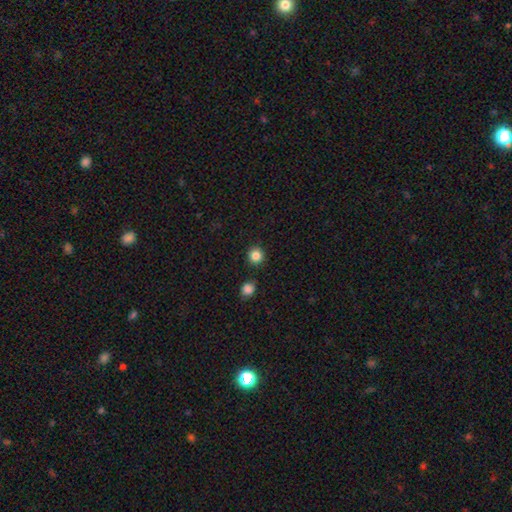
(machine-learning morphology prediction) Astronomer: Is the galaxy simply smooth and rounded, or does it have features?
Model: smooth — 85%.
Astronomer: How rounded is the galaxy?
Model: round — 93%.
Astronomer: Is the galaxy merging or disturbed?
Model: none — 89%.